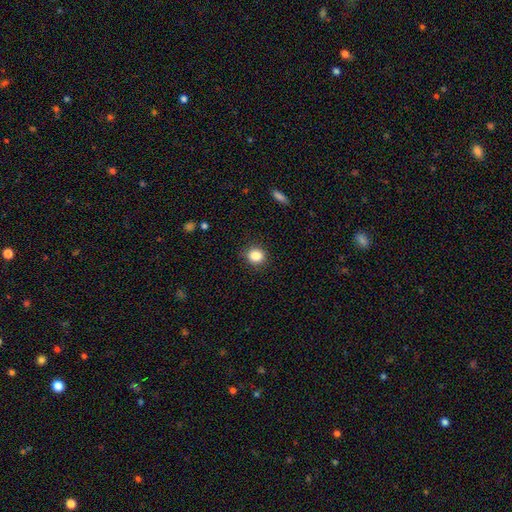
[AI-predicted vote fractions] smooth_or_featured: smooth (p=0.85) [alt: star or artifact p=0.10]
how_rounded: round (p=0.81) [alt: in between p=0.18]
merging: none (p=0.88) [alt: minor disturbance p=0.09]